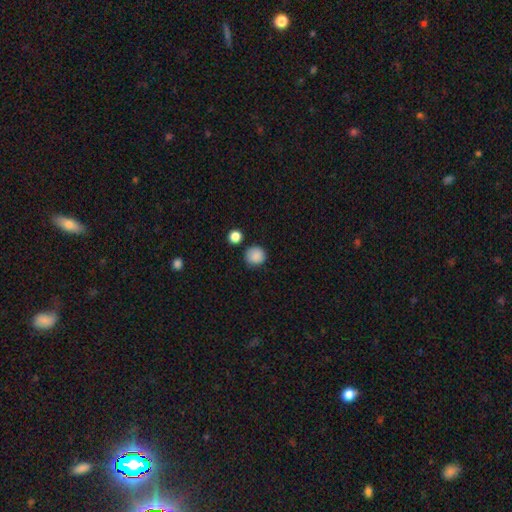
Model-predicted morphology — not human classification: Q: Smooth or featured?
A: smooth (88%); runner-up: star or artifact (9%)
Q: How rounded?
A: round (90%); runner-up: in between (9%)
Q: Merging?
A: none (82%); runner-up: minor disturbance (12%)